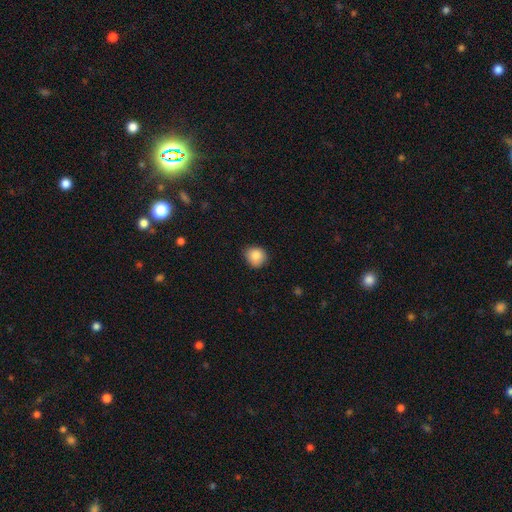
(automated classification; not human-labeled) A smooth galaxy with no disk features (87%) that is round (84%). Merging: none (81%).